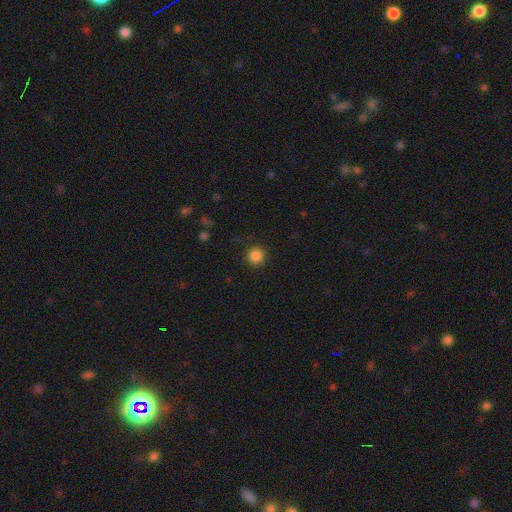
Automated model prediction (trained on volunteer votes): This is clearly a smooth galaxy (85%). How rounded: clearly round (95%). Merging: clearly none (90%).